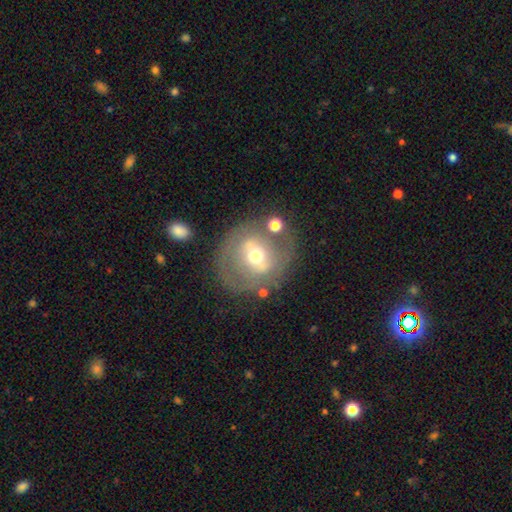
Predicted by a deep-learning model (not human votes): The model was most divided on "bar": no: 40%, weak: 37%, strong: 24%. More confident: edge-on disk — no (94%); spiral arms — no (68%); bulge size — moderate (68%); merging — none (67%); smooth or featured — featured or disk (56%).